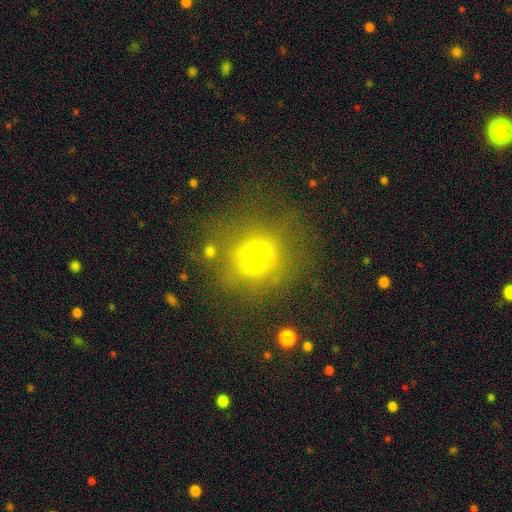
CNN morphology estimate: A smooth galaxy with no disk features (59%) that is round (84%).

Vote fractions:
- Smooth or featured? smooth: 59% / featured or disk: 21% / star or artifact: 20%
- How rounded? round: 84% / in between: 15% / cigar-shaped: 2%
- Merging? none: 64% / minor disturbance: 17% / major disturbance: 12% / merger: 7%